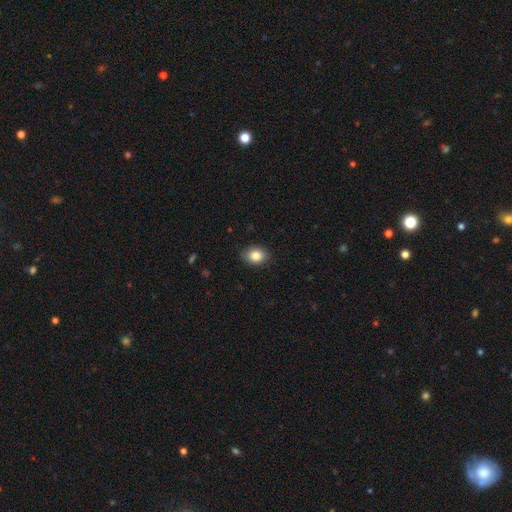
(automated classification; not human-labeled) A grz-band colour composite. It shows a smooth galaxy with no disk features (85%) that is in between round and cigar-shaped (54%). Merging: none (85%).